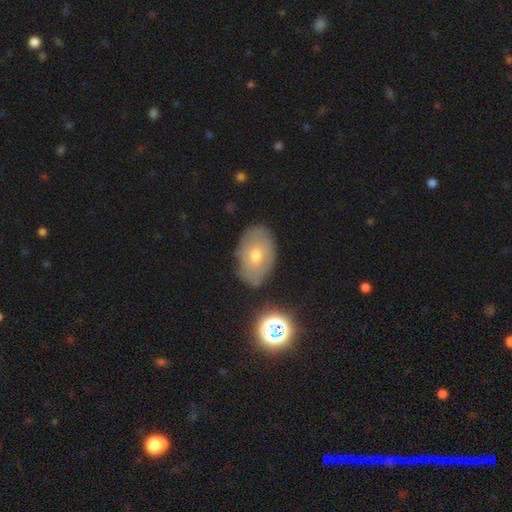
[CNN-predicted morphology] smooth_or_featured: smooth (p=0.52) [alt: featured or disk p=0.36]
how_rounded: in between (p=0.83) [alt: round p=0.16]
merging: none (p=0.76) [alt: minor disturbance p=0.17]